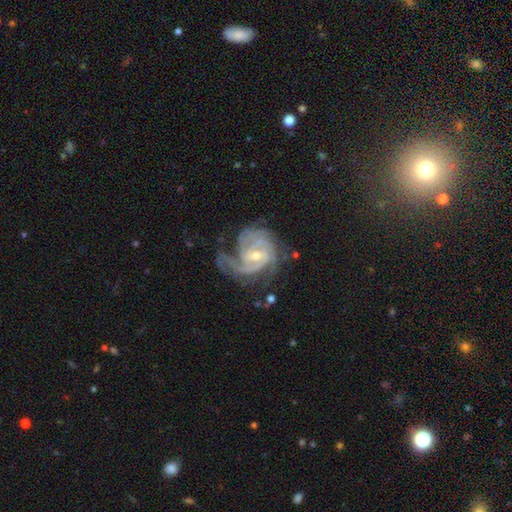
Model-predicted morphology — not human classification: A featured or disk galaxy (91%) with a weak bar (47%), 3 (35%) tight (63%) spiral arms (98%) and a small central bulge (55%). Merging: none (59%).